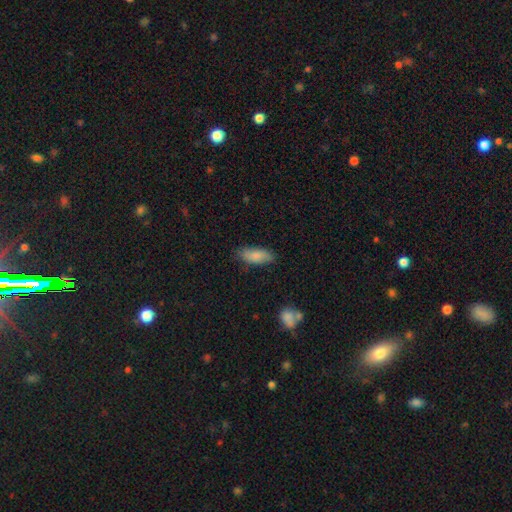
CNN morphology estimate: Overall: smooth (84%). How rounded: in between (76%). Merging: none (78%).